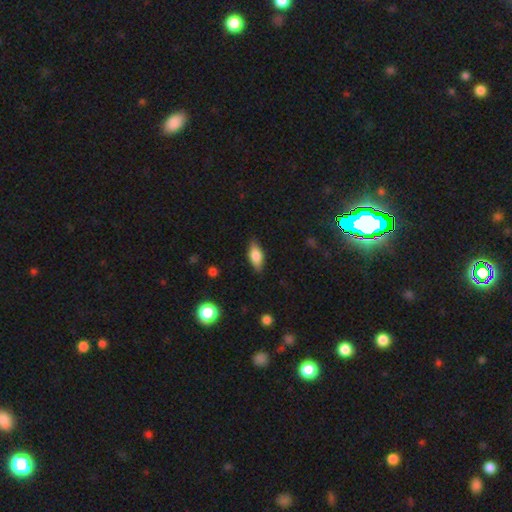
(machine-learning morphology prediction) smooth 71%, featured or disk 22%, star or artifact 7%. Down the decision tree: how rounded — in between (80%); merging — none (83%).